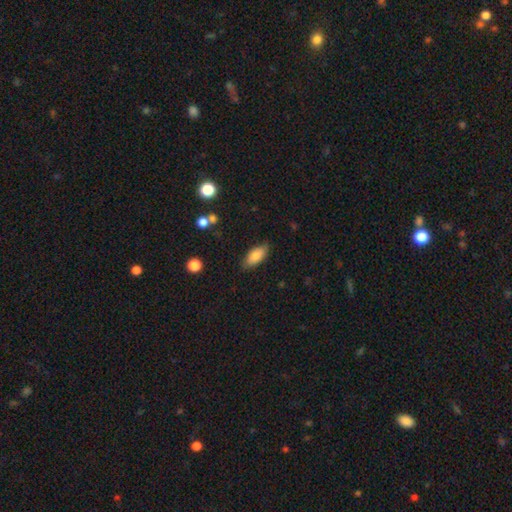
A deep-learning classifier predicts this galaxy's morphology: Smooth or featured? smooth (82%)
How rounded? in between (87%)
Merging? none (80%)